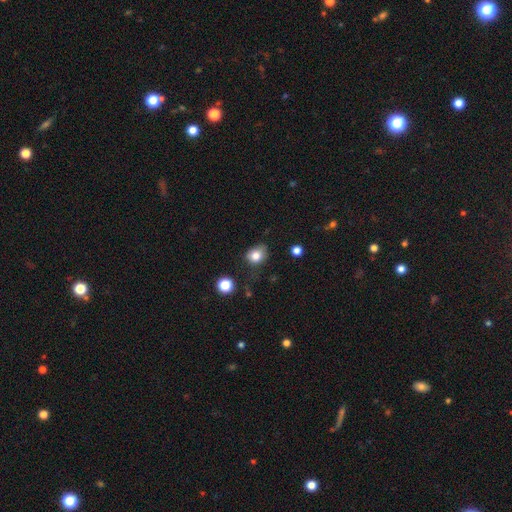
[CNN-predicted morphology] This appears to be a smooth galaxy with no disk features (79%) that is round (52%). Merging: none (57%).